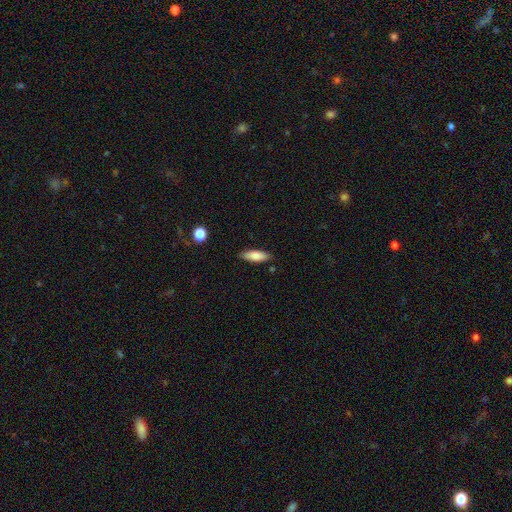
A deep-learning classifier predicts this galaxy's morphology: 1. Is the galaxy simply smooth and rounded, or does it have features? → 81% smooth, 12% featured or disk, 7% star or artifact.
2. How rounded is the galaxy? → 63% in between, 35% cigar-shaped, 2% round.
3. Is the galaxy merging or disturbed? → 85% none, 12% minor disturbance, 2% major disturbance, 2% merger.